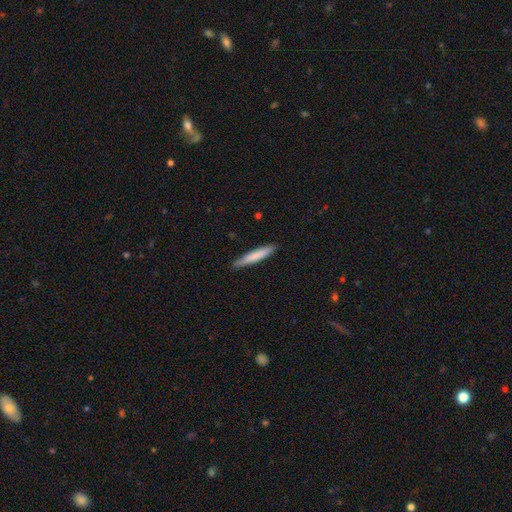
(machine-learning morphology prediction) Smooth or featured: smooth — 77% (featured or disk — 18%)
How rounded: cigar-shaped — 92% (in between — 6%)
Merging: none — 88% (minor disturbance — 9%)